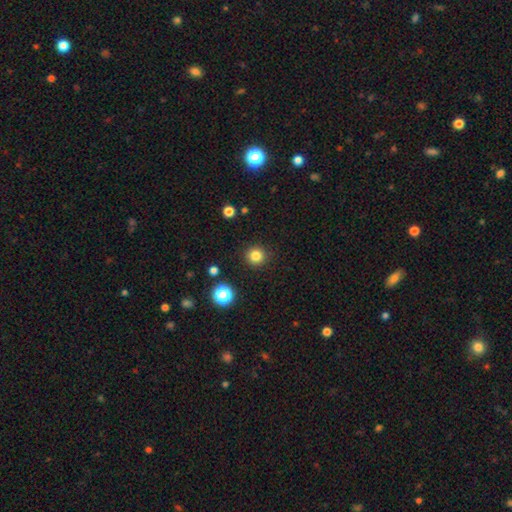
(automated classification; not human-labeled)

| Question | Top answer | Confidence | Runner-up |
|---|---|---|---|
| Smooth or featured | smooth | 83% | star or artifact (13%) |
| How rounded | round | 94% | in between (5%) |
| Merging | none | 91% | minor disturbance (5%) |